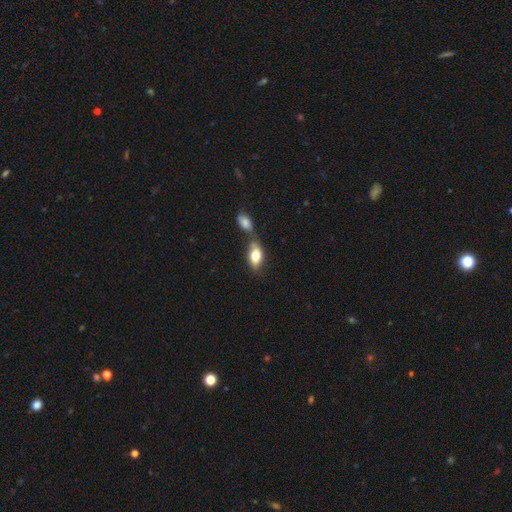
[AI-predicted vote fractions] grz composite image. It shows a smooth galaxy with no disk features (75%) that is in between round and cigar-shaped (89%). Merging: merger (46%).